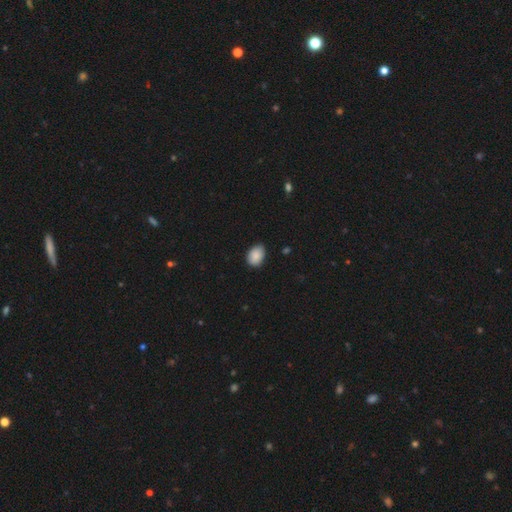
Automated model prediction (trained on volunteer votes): Smooth or featured? smooth (89%)
How rounded? in between (79%)
Merging? none (81%)